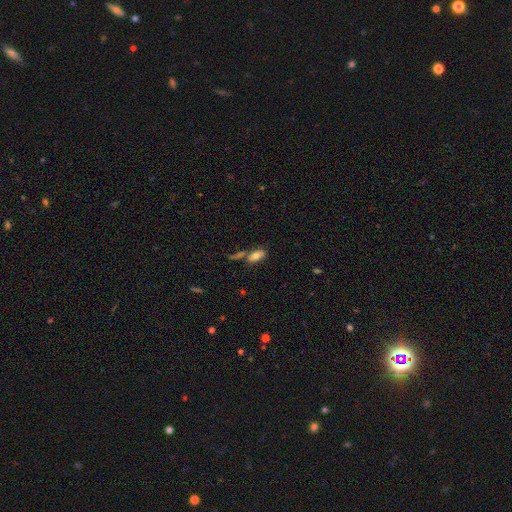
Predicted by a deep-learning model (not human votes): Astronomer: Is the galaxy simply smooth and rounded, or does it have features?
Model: smooth — 68%.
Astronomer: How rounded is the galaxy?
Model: in between — 83%.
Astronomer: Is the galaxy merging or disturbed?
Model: none — 50%.